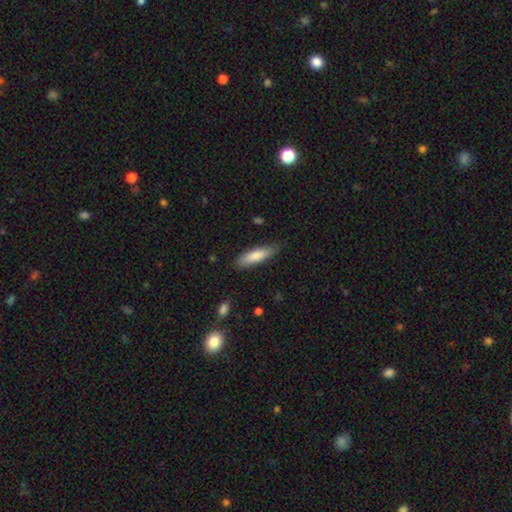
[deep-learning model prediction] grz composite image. It shows a smooth galaxy with no disk features (80%) that is cigar-shaped (60%). Merging: none (80%).